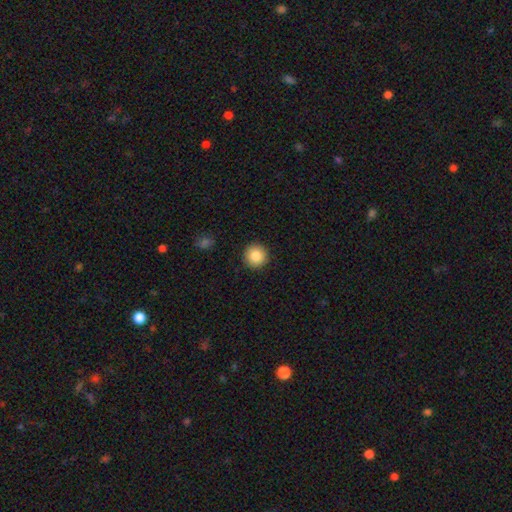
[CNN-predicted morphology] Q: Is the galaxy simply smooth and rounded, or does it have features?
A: smooth — 84%.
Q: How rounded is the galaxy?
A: round — 96%.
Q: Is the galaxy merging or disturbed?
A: none — 93%.